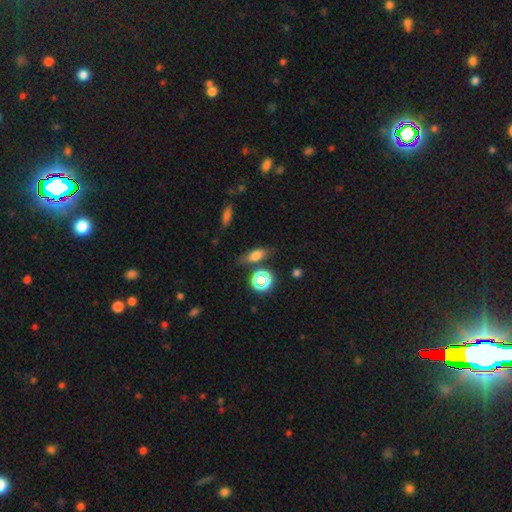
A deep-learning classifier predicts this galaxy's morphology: This is likely a smooth galaxy (66%). How rounded: likely in between (63%). Merging: likely none (70%).